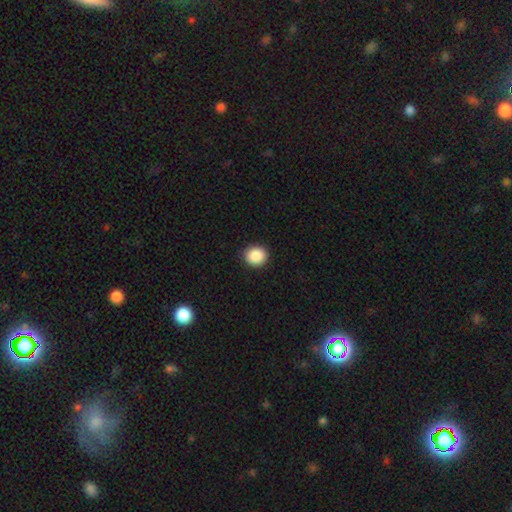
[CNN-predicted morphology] Overall: smooth (88%). How rounded: round (85%). Merging: none (92%).